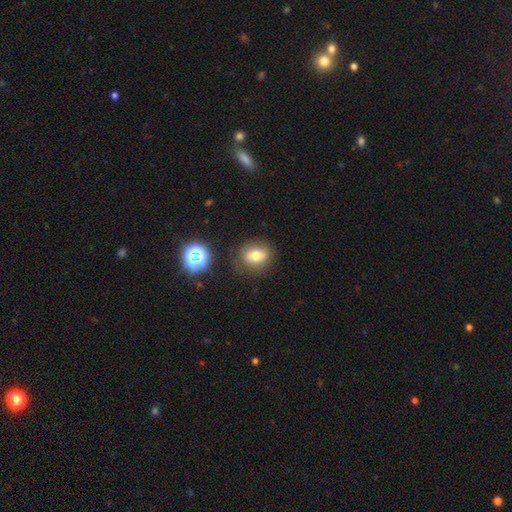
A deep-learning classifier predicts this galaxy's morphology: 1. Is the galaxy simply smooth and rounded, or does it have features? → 65% smooth, 22% featured or disk, 14% star or artifact.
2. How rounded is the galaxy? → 56% round, 42% in between, 2% cigar-shaped.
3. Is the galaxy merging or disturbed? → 79% none, 14% minor disturbance, 4% major disturbance, 3% merger.